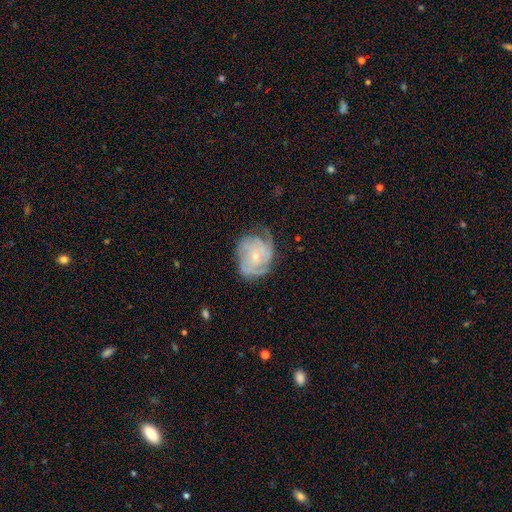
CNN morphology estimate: smooth-or-featured: featured or disk: 77% | smooth: 17% | star or artifact: 7%
  disk-edge-on: no: 98% | yes: 2%
    bar: no: 79% | weak: 18% | strong: 3%
    has-spiral-arms: yes: 90% | no: 10%
      spiral-winding: tight: 58% | medium: 31% | loose: 11%
      spiral-arm-count: can't tell: 34% | 3: 24% | 2: 18% | 4: 12% | 1: 6% | more than 4: 6%
    bulge-size: small: 74% | moderate: 21% | none: 2% | large: 1% | dominant: 1%
  merging: none: 55% | minor disturbance: 27% | major disturbance: 17% | merger: 2%